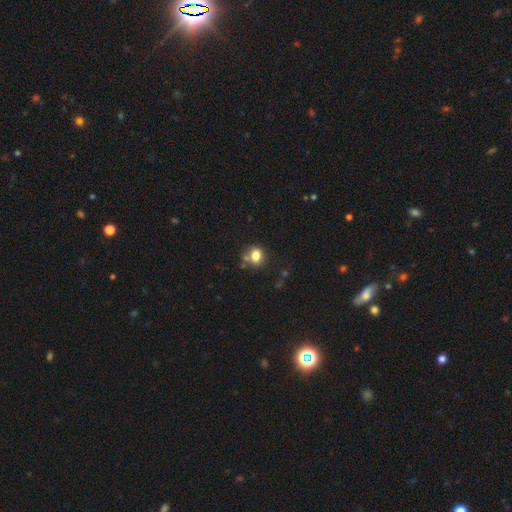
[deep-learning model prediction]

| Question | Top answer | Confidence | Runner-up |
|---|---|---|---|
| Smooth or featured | smooth | 79% | star or artifact (12%) |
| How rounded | round | 57% | in between (41%) |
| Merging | none | 64% | minor disturbance (16%) |